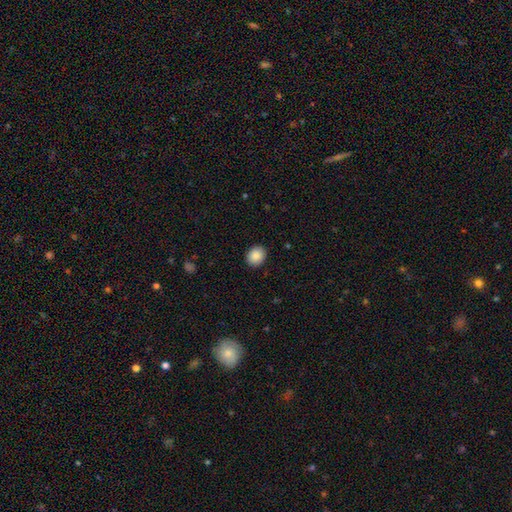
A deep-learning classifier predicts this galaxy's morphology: Smooth or featured?
  - smooth: 88% *
  - star or artifact: 8%
  - featured or disk: 4%
How rounded?
  - round: 61% *
  - in between: 39%
  - cigar-shaped: 1%
Merging?
  - none: 91% *
  - minor disturbance: 7%
  - major disturbance: 2%
  - merger: 1%